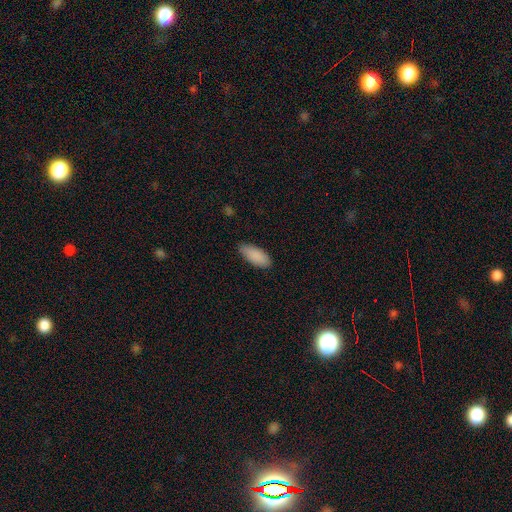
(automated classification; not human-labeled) A smooth galaxy with no disk features (90%) that is in between round and cigar-shaped (84%). Merging: none (81%).